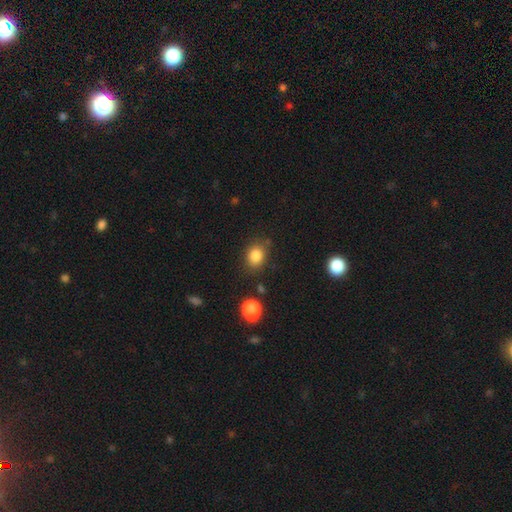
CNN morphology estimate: This is clearly a smooth galaxy (83%). How rounded: possibly in between (50%). Merging: likely none (78%).